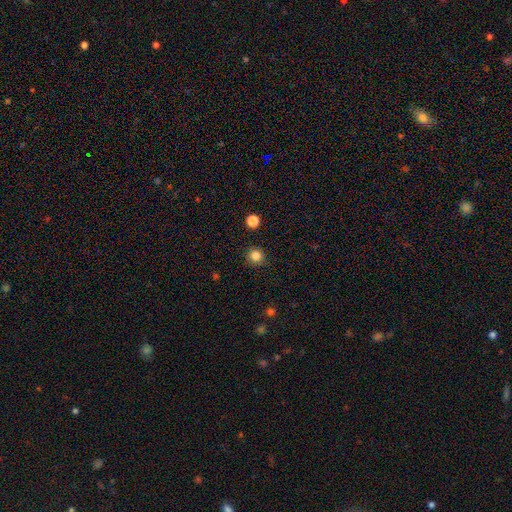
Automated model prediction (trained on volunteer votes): Smooth or featured: smooth — 84% (star or artifact — 12%)
How rounded: round — 93% (in between — 6%)
Merging: none — 91% (minor disturbance — 6%)